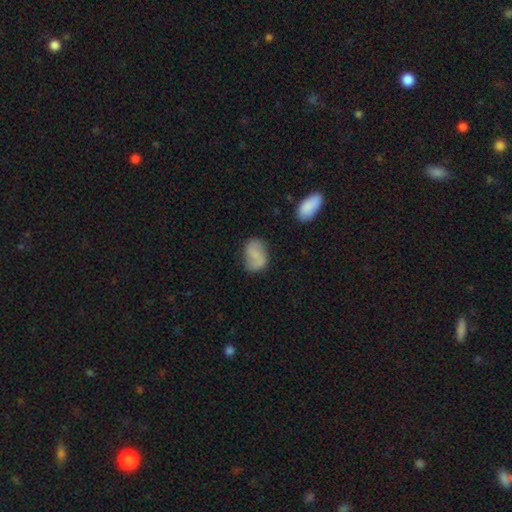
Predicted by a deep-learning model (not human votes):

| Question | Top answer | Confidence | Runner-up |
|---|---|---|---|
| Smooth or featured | smooth | 53% | featured or disk (38%) |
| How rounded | in between | 77% | round (21%) |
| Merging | none | 67% | minor disturbance (22%) |